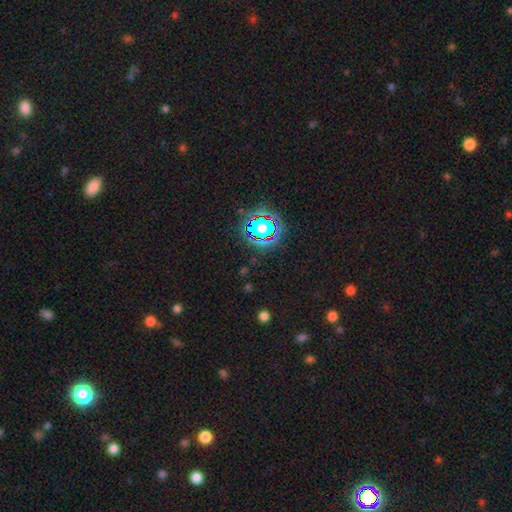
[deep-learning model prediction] smooth-or-featured: star or artifact: 76% | smooth: 16% | featured or disk: 8%